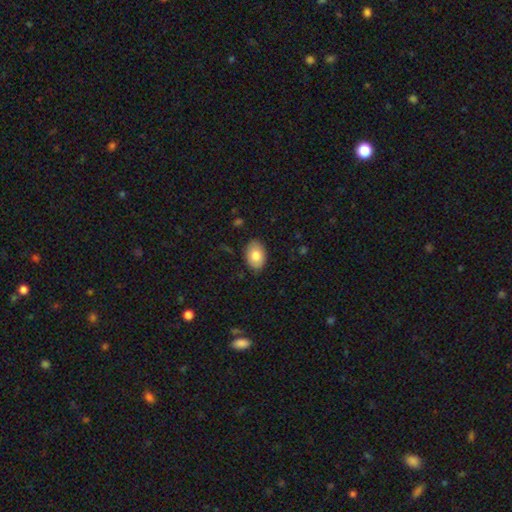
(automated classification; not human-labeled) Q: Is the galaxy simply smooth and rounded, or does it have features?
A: smooth — 82%.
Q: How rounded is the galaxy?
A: in between — 84%.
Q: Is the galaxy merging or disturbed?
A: none — 86%.